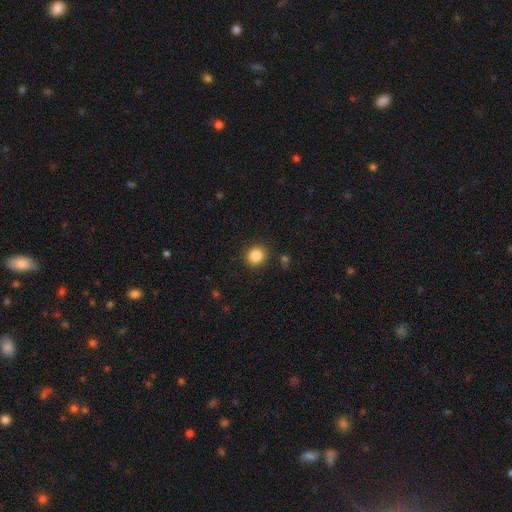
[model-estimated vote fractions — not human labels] smooth 85%, star or artifact 10%, featured or disk 4%. Down the decision tree: how rounded — round (87%); merging — none (89%).